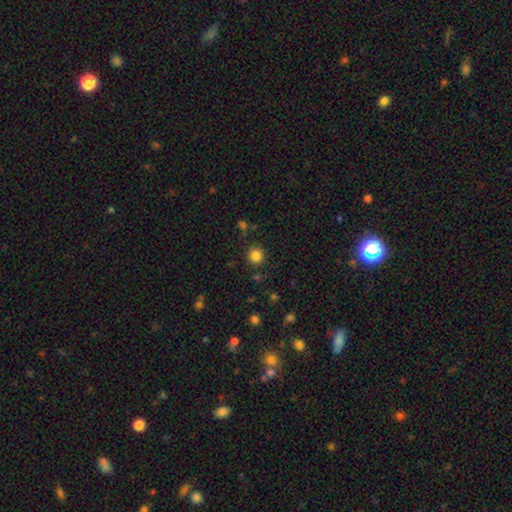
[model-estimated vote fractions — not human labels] This appears to be a smooth galaxy with no disk features (83%) that is round (93%). Merging: none (87%).